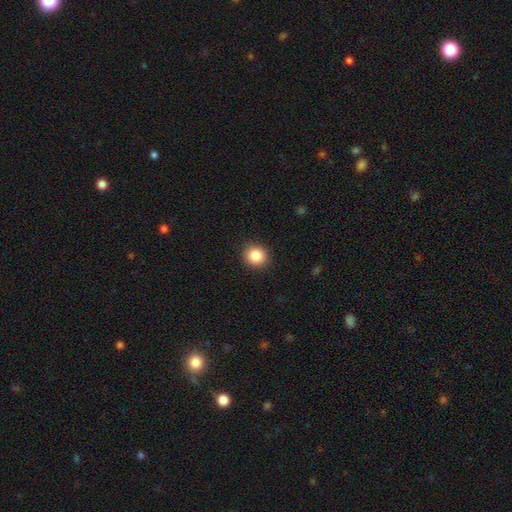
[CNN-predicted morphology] Smooth or featured? smooth (86%)
How rounded? round (85%)
Merging? none (91%)